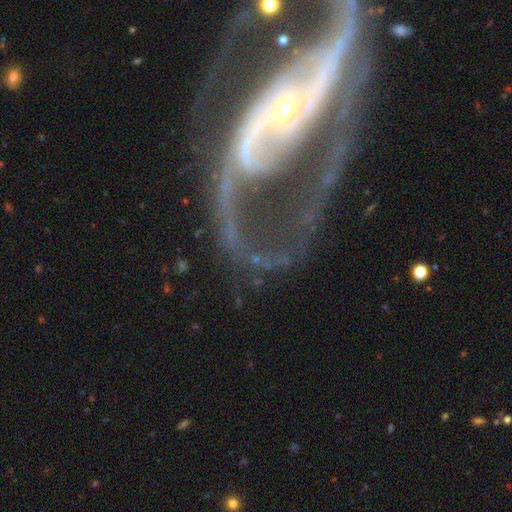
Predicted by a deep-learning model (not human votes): Overall: featured or disk (85%). Edge-on disk: no (93%). Bar: strong (40%; no 33%). Spiral arms: yes (79%). Spiral arm count: 2 (74%). Spiral winding: medium (43%; loose 35%). Bulge size: small (53%; moderate 38%). Merging: none (50%; major disturbance 30%).